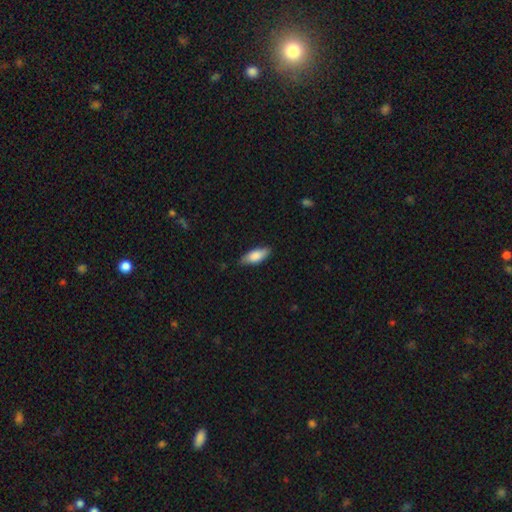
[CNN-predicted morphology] smooth 82%, featured or disk 12%, star or artifact 6%. Down the decision tree: how rounded — in between (78%); merging — none (81%).